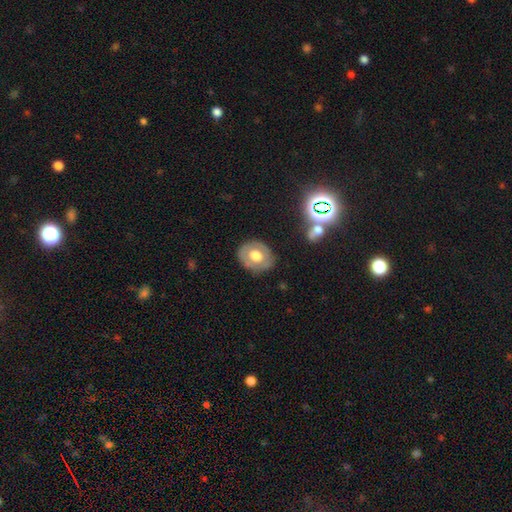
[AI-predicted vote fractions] Smooth or featured?
  - smooth: 50% *
  - featured or disk: 42%
  - star or artifact: 8%
How rounded?
  - round: 60% *
  - in between: 39%
  - cigar-shaped: 1%
Merging?
  - none: 81% *
  - minor disturbance: 13%
  - major disturbance: 4%
  - merger: 2%